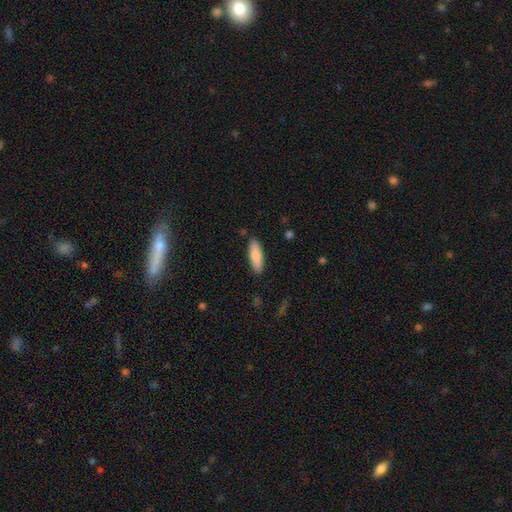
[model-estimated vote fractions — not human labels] Smooth or featured: smooth — 82% (featured or disk — 12%)
How rounded: in between — 49% (tied with cigar-shaped — 49%)
Merging: none — 88% (minor disturbance — 9%)